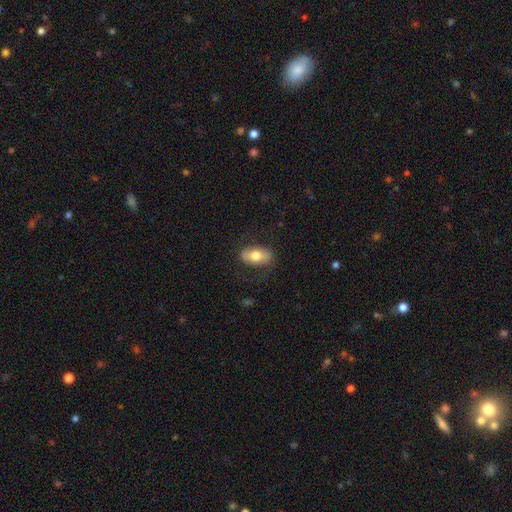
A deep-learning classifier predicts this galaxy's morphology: smooth-or-featured: smooth: 66% | featured or disk: 27% | star or artifact: 6%
  how-rounded: in between: 90% | round: 6% | cigar-shaped: 4%
  merging: none: 77% | minor disturbance: 15% | major disturbance: 7% | merger: 1%